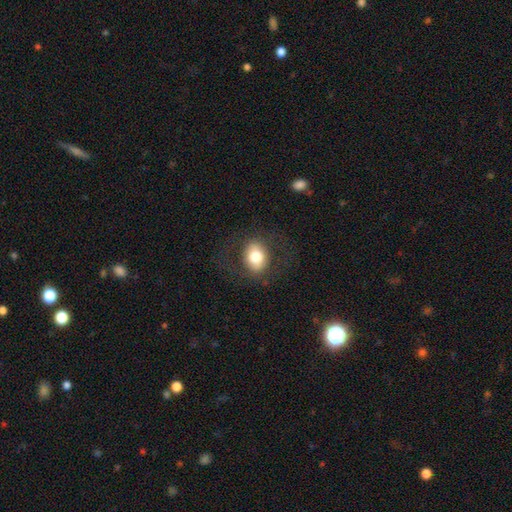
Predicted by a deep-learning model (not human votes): Smooth or featured? Predicted: smooth (p=0.72). How rounded? Predicted: in between (p=0.59). Merging? Predicted: none (p=0.78).